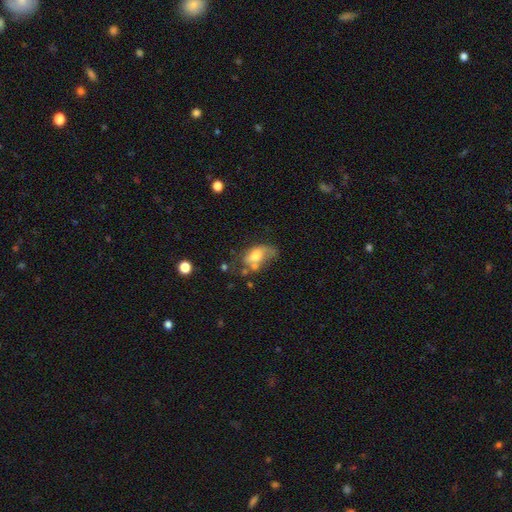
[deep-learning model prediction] Smooth or featured?
  - smooth: 59% *
  - featured or disk: 32%
  - star or artifact: 10%
How rounded?
  - in between: 86% *
  - round: 11%
  - cigar-shaped: 3%
Merging?
  - none: 27% * (tied)
  - major disturbance: 27% * (tied)
  - minor disturbance: 27% * (tied)
  - merger: 19%